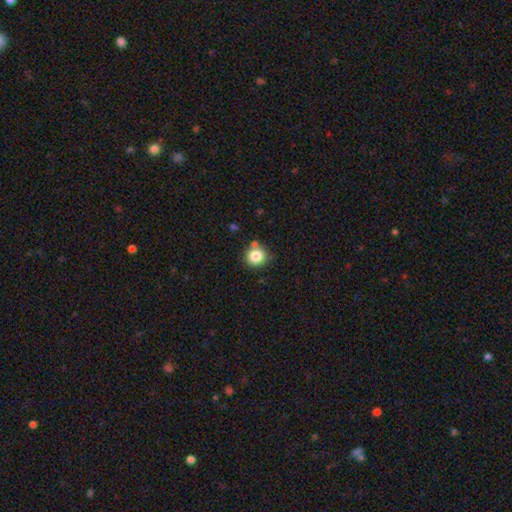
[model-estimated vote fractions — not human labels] A smooth galaxy with no disk features (83%) that is round (91%). Merging: none (75%).